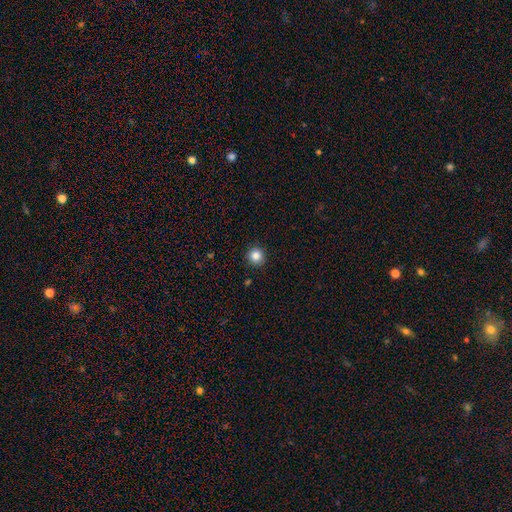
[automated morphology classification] smooth 85%, star or artifact 11%, featured or disk 4%. Down the decision tree: how rounded — round (94%); merging — none (91%).